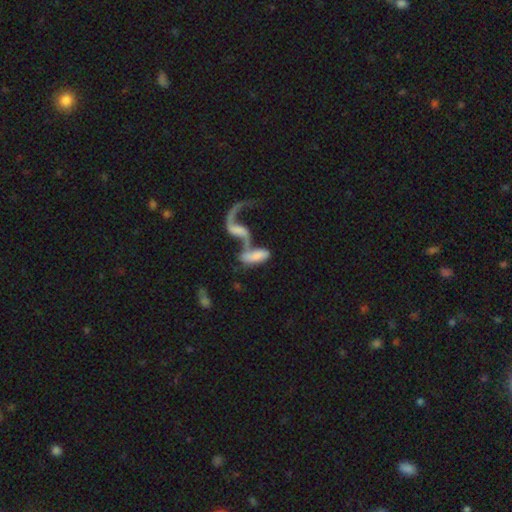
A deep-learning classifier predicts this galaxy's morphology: This appears to be a featured or disk galaxy (47%). Merging: merger (64%).